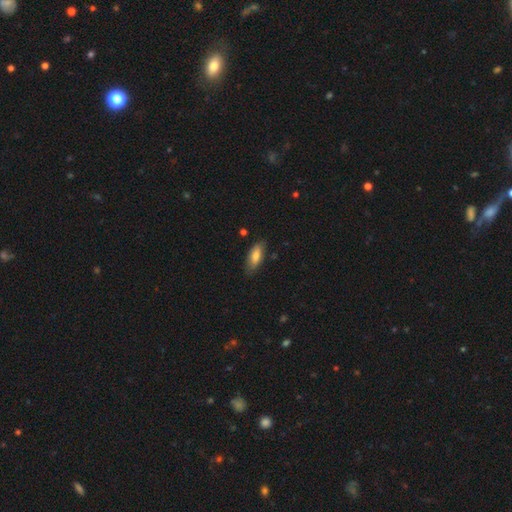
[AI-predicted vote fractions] A smooth galaxy with no disk features (76%) that is in between round and cigar-shaped (81%).

Vote fractions:
- Smooth or featured? smooth: 76% / featured or disk: 18% / star or artifact: 6%
- How rounded? in between: 81% / cigar-shaped: 17% / round: 2%
- Merging? none: 76% / minor disturbance: 19% / major disturbance: 3% / merger: 1%